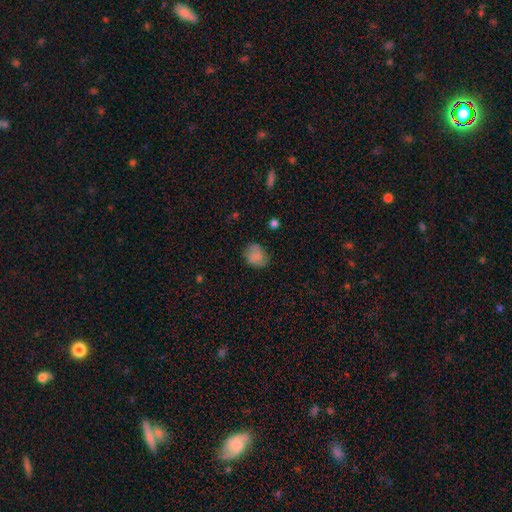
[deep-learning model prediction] Smooth or featured: smooth — 79% (featured or disk — 11%)
How rounded: round — 56% (in between — 43%)
Merging: none — 68% (minor disturbance — 23%)